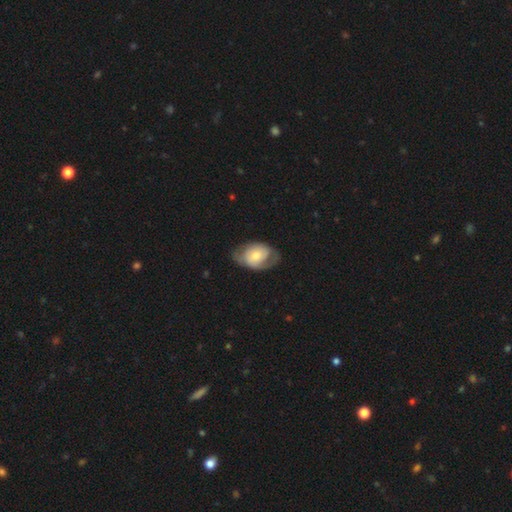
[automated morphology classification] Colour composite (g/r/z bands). It shows a smooth galaxy with no disk features (47%, tied with featured or disk). Merging: none (55%).